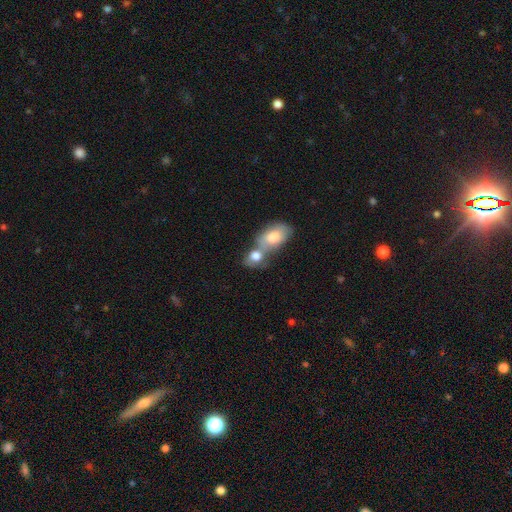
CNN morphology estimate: smooth 75%, featured or disk 17%, star or artifact 8%. Down the decision tree: how rounded — in between (72%); merging — merger (64%).